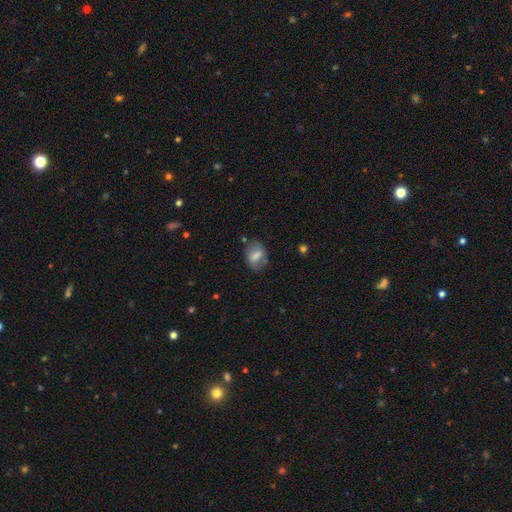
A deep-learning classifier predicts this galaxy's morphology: smooth-or-featured: smooth: 69% | featured or disk: 23% | star or artifact: 8%
  how-rounded: in between: 75% | round: 23% | cigar-shaped: 2%
  merging: none: 71% | minor disturbance: 19% | major disturbance: 7% | merger: 3%